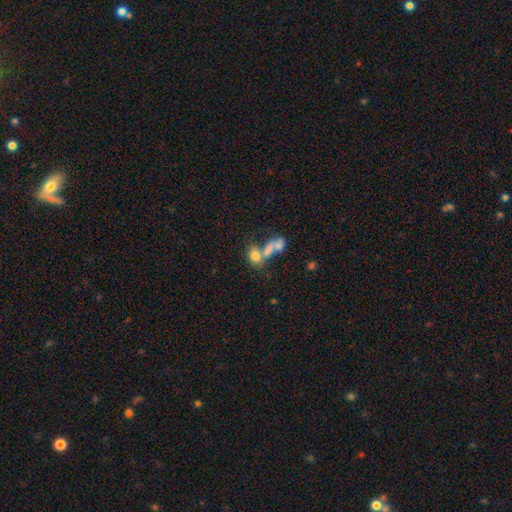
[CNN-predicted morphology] Smooth or featured: smooth — 73% (featured or disk — 16%)
How rounded: in between — 65% (round — 32%)
Merging: merger — 56% (none — 28%)